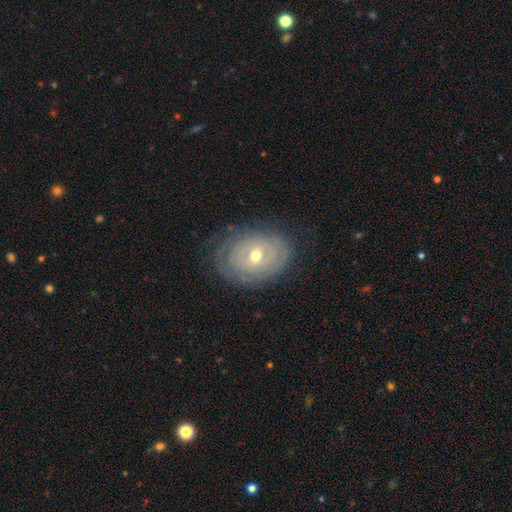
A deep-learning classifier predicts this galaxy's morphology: Smooth or featured? Predicted: featured or disk (p=0.70). Edge-on disk? Predicted: no (p=0.95). Bar? Predicted: no (p=0.61). Spiral arms? Predicted: yes (p=0.72). Bulge size? Predicted: moderate (p=0.57). Merging? Predicted: none (p=0.78).